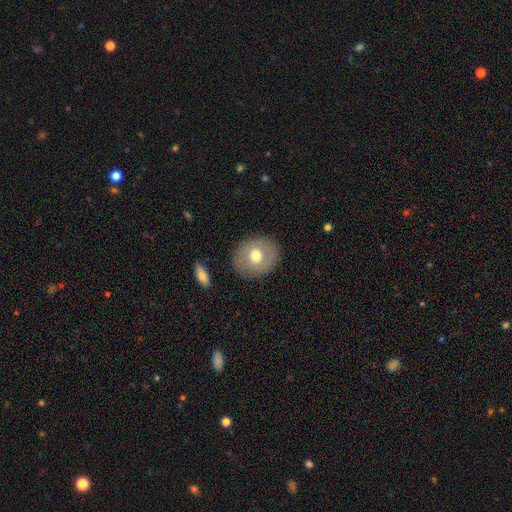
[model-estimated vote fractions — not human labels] Overall: smooth (62%; featured or disk 30%). How rounded: round (59%; in between 40%). Merging: none (86%).